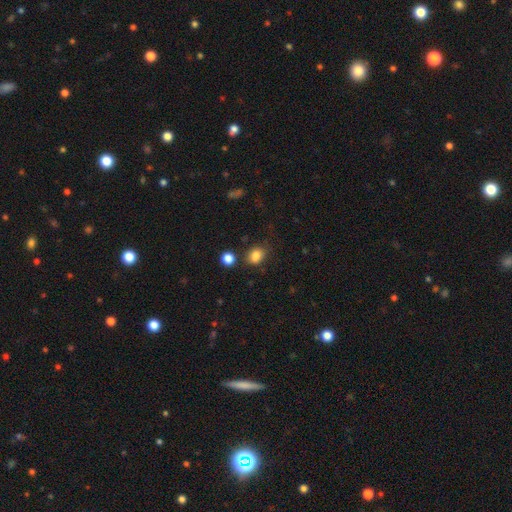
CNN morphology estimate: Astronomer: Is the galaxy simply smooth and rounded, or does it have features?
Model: smooth — 84%.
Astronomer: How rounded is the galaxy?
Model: in between — 59% (runner-up: round, 40%).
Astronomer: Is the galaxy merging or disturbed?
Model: none — 73%.